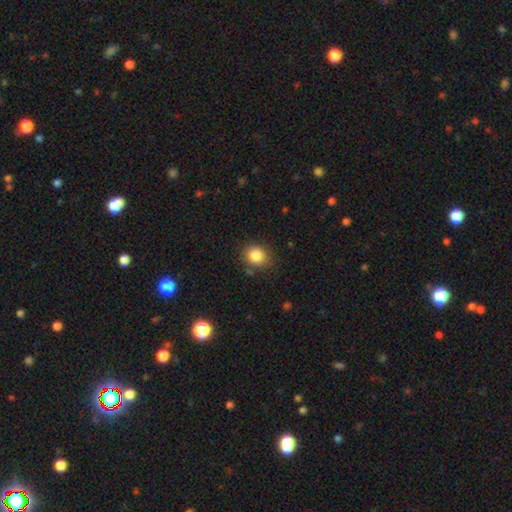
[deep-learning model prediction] smooth 85%, star or artifact 10%, featured or disk 5%. Down the decision tree: how rounded — round (74%); merging — none (79%).